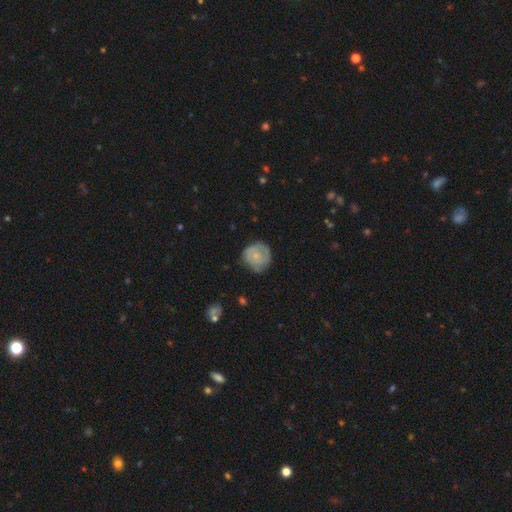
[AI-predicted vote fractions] This is possibly a smooth galaxy (55%). How rounded: clearly round (89%). Merging: likely none (65%).